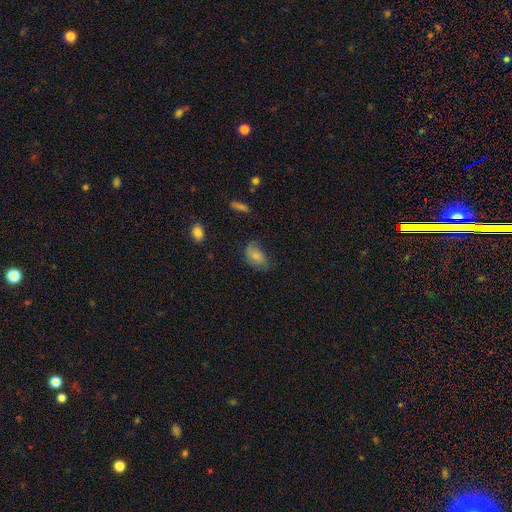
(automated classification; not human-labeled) smooth_or_featured: smooth (p=0.71) [alt: featured or disk p=0.21]
how_rounded: in between (p=0.87) [alt: round p=0.11]
merging: none (p=0.54) [alt: minor disturbance p=0.31]